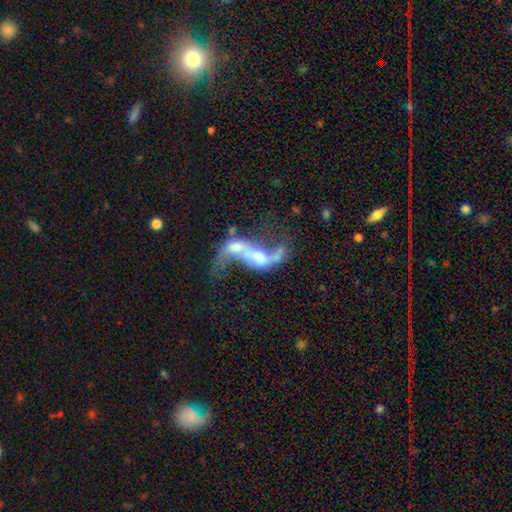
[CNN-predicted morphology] type=featured or disk (78%); edge-on=no (92%); bar=no (47%); spiral arms=yes (76%); winding=loose (90%); arm count=2 (86%); bulge=moderate (38%); merging=merger (46%).